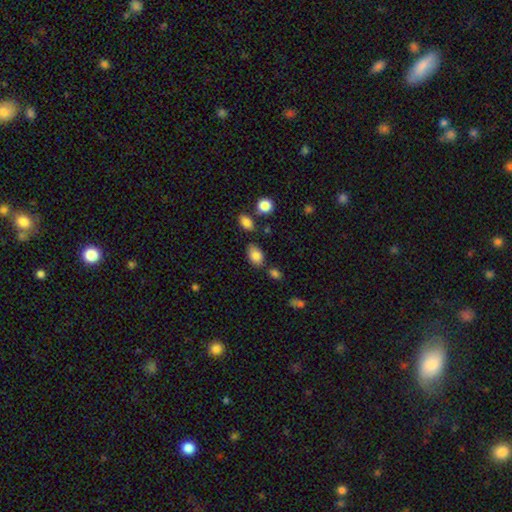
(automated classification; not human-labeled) smooth_or_featured: smooth (p=0.83) [alt: featured or disk p=0.09]
how_rounded: in between (p=0.88) [alt: round p=0.11]
merging: none (p=0.74) [alt: minor disturbance p=0.15]